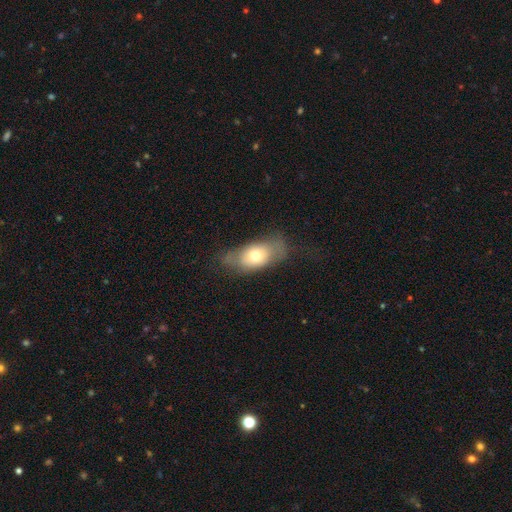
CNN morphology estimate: Overall: smooth (64%; featured or disk 27%). How rounded: in between (85%). Merging: none (56%; minor disturbance 27%).